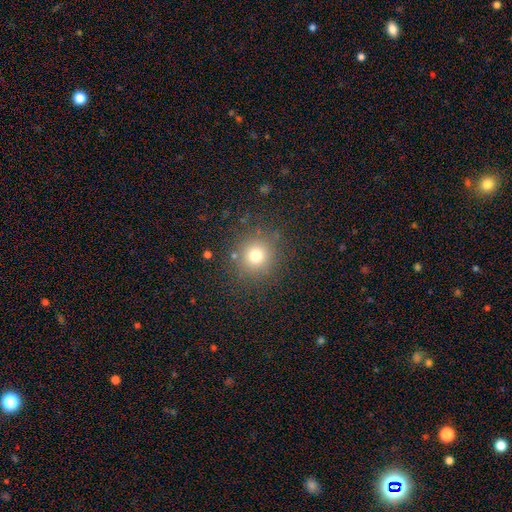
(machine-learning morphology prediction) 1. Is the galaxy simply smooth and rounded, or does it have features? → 74% smooth, 17% star or artifact, 9% featured or disk.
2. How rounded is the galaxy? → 92% round, 7% in between, 1% cigar-shaped.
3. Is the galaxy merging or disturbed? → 85% none, 8% minor disturbance, 4% major disturbance, 2% merger.